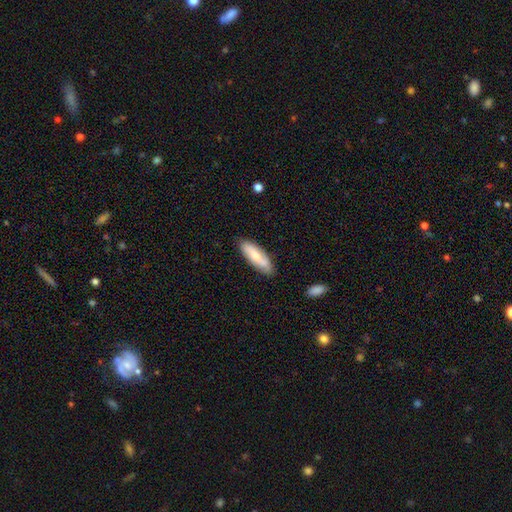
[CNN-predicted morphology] Smooth or featured? Predicted: smooth (p=0.71). How rounded? Predicted: in between (p=0.52). Merging? Predicted: none (p=0.80).